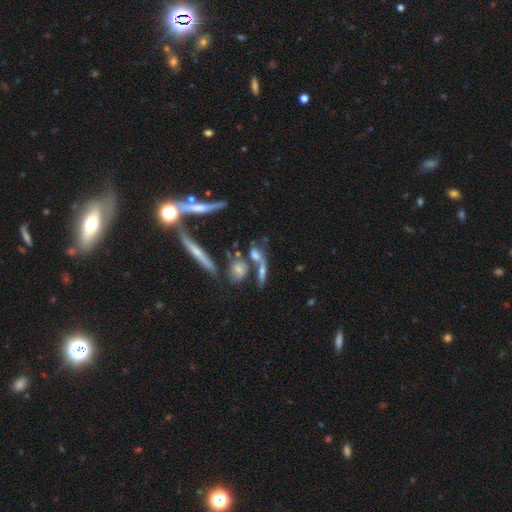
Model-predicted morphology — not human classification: A featured or disk galaxy (46%). Merging: merger (41%).